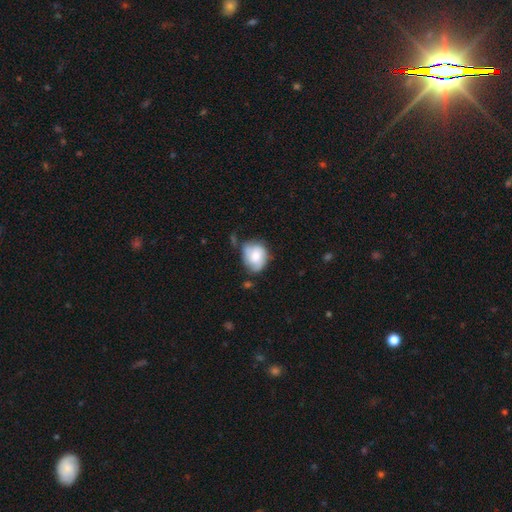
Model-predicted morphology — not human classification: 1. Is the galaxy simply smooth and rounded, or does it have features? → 65% smooth, 27% featured or disk, 8% star or artifact.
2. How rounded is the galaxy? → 57% round, 43% in between, 1% cigar-shaped.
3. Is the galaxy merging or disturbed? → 47% none, 35% minor disturbance, 11% major disturbance, 8% merger.